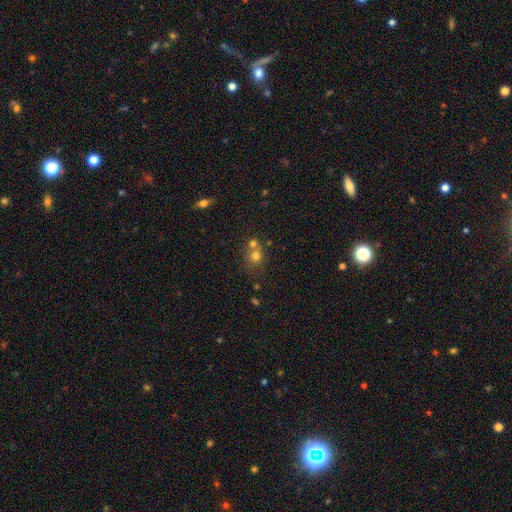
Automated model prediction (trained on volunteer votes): Smooth or featured: smooth — 70% (star or artifact — 16%)
How rounded: round — 80% (in between — 19%)
Merging: none — 46% (merger — 42%)